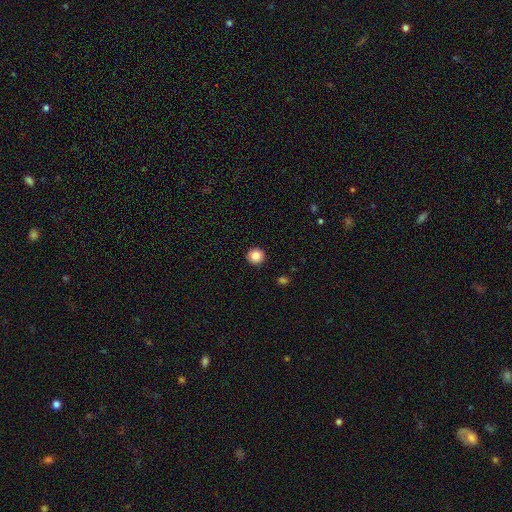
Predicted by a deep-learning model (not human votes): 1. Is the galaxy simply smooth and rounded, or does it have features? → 85% smooth, 10% star or artifact, 5% featured or disk.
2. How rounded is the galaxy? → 95% round, 4% in between, 1% cigar-shaped.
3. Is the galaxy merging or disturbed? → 93% none, 4% minor disturbance, 2% major disturbance, 1% merger.